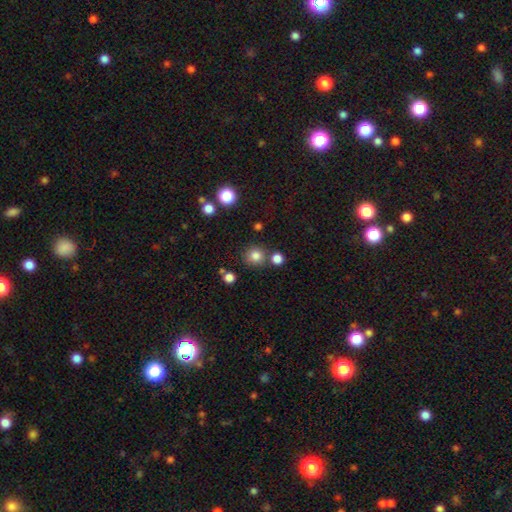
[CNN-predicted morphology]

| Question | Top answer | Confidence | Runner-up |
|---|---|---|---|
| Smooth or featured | smooth | 81% | star or artifact (13%) |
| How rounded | round | 91% | in between (8%) |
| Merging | none | 79% | merger (9%) |